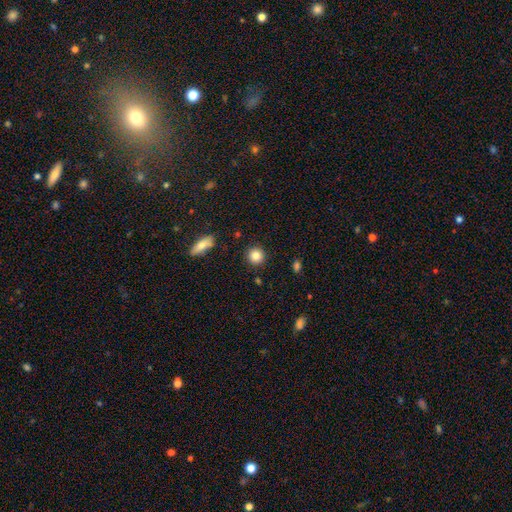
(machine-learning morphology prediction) The model was most divided on "smooth or featured": smooth: 84%, star or artifact: 9%, featured or disk: 6%. More confident: how rounded — round (92%); merging — none (90%).